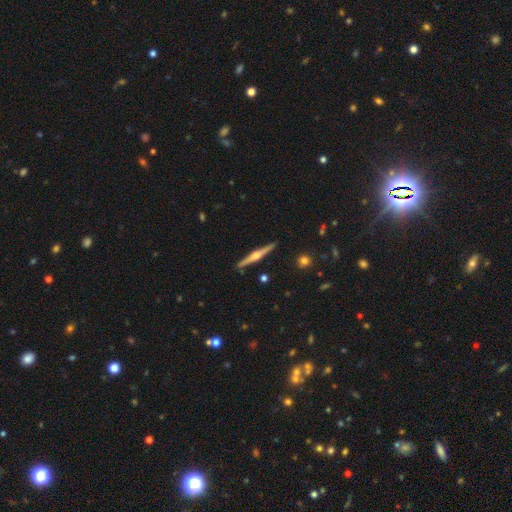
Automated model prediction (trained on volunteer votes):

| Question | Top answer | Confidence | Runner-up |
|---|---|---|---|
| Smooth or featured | featured or disk | 80% | smooth (15%) |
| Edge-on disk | yes | 98% | no (2%) |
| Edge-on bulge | rounded | 92% | boxy (5%) |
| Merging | none | 91% | minor disturbance (6%) |